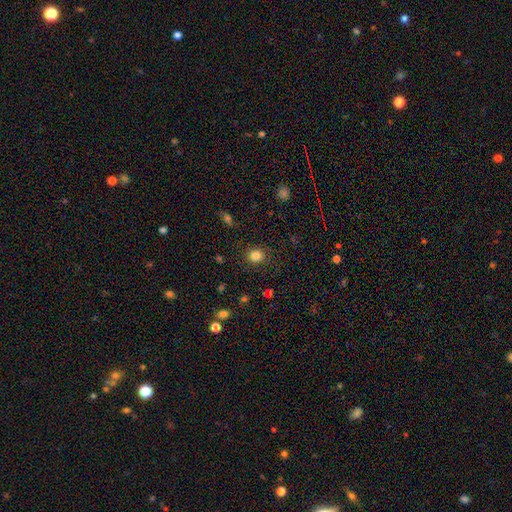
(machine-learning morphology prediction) smooth-or-featured: smooth: 83% | star or artifact: 12% | featured or disk: 5%
  how-rounded: round: 78% | in between: 21% | cigar-shaped: 1%
  merging: none: 86% | minor disturbance: 10% | major disturbance: 3% | merger: 1%